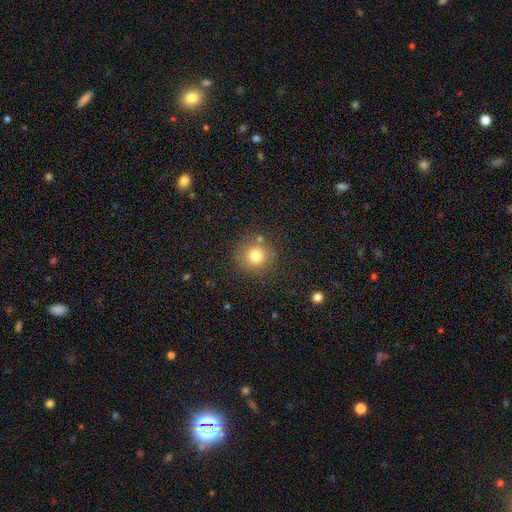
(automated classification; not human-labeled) The model was most divided on "smooth or featured": smooth: 77%, star or artifact: 13%, featured or disk: 10%. More confident: how rounded — round (93%); merging — none (83%).